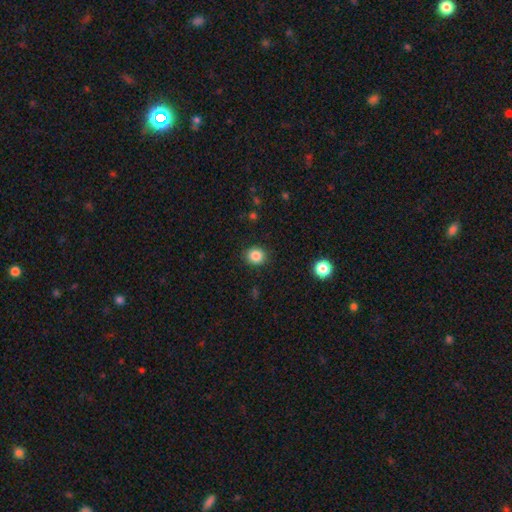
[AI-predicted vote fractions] smooth-or-featured: smooth: 85% | star or artifact: 11% | featured or disk: 4%
  how-rounded: round: 87% | in between: 12% | cigar-shaped: 1%
  merging: none: 90% | minor disturbance: 7% | major disturbance: 2% | merger: 1%